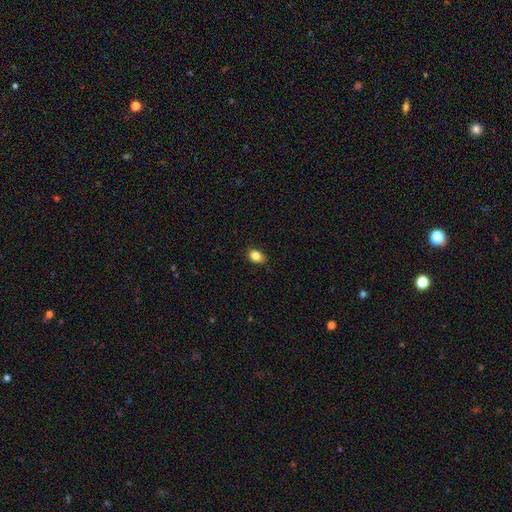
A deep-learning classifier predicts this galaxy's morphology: A smooth galaxy with no disk features (85%) that is in between round and cigar-shaped (74%). Merging: none (82%).